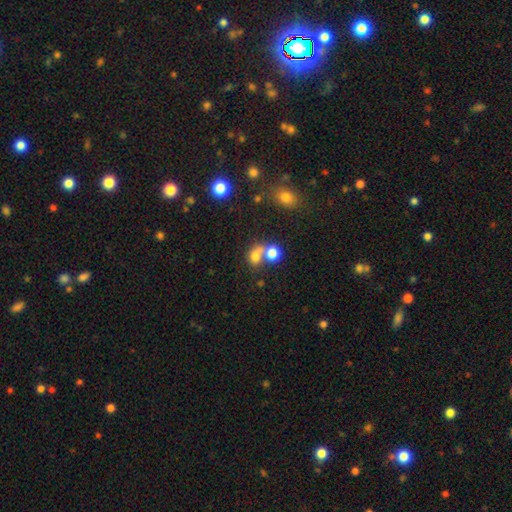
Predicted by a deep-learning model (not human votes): Smooth or featured: smooth — 71% (star or artifact — 15%)
How rounded: round — 65% (in between — 34%)
Merging: merger — 55% (none — 31%)